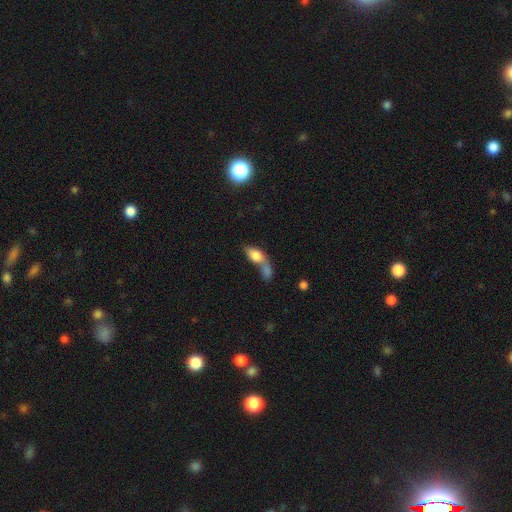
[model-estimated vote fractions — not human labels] smooth-or-featured: smooth: 75% | featured or disk: 16% | star or artifact: 8%
  how-rounded: in between: 81% | round: 10% | cigar-shaped: 9%
  merging: merger: 66% | none: 17% | major disturbance: 9% | minor disturbance: 8%